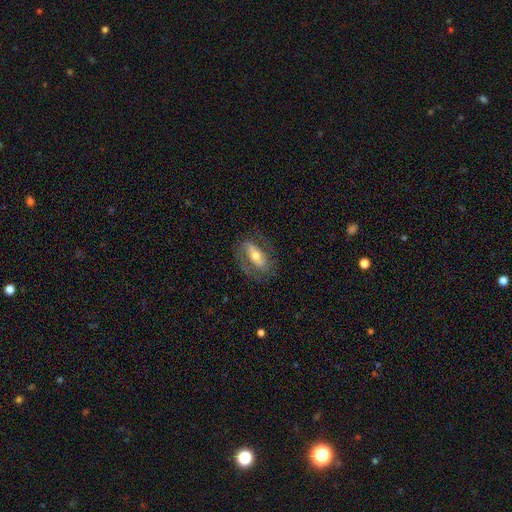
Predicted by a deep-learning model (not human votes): smooth-or-featured: featured or disk: 69% | smooth: 25% | star or artifact: 6%
  disk-edge-on: no: 89% | yes: 11%
    bar: strong: 44% | weak: 29% | no: 28%
    has-spiral-arms: yes: 80% | no: 20%
    bulge-size: moderate: 63% | small: 26% | large: 9% | dominant: 1% | none: 1%
  merging: none: 71% | minor disturbance: 16% | major disturbance: 11% | merger: 1%